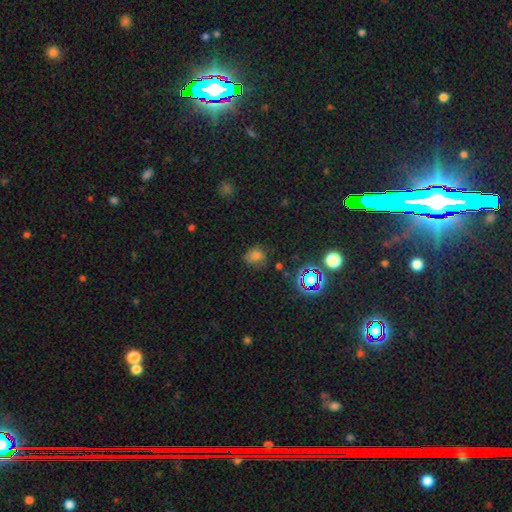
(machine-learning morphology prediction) The model was most divided on "how rounded": round: 64%, in between: 35%, cigar-shaped: 1%. More confident: merging — none (67%); smooth or featured — smooth (66%).